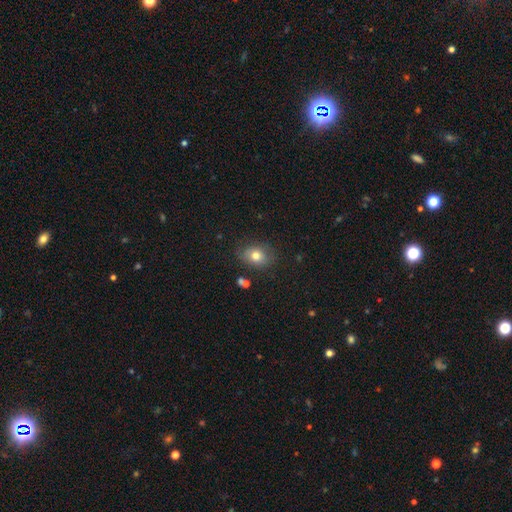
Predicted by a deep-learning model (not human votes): Overall: smooth (76%). How rounded: in between (58%; round 41%). Merging: none (79%).